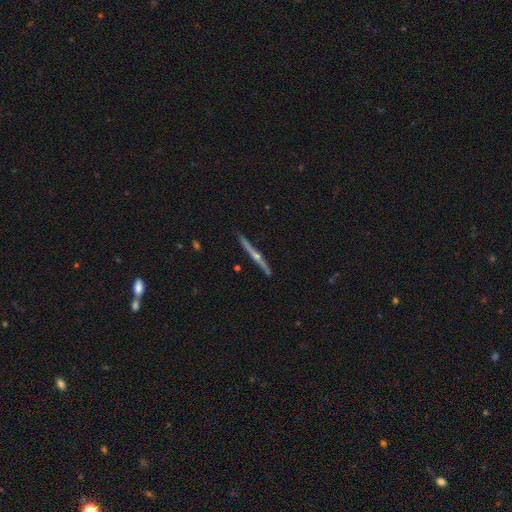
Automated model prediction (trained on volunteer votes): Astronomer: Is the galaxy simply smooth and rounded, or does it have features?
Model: featured or disk — 72%.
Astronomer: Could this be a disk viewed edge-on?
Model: yes — 95%.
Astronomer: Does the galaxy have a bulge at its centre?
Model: rounded — 72%.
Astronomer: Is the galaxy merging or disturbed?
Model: none — 87%.